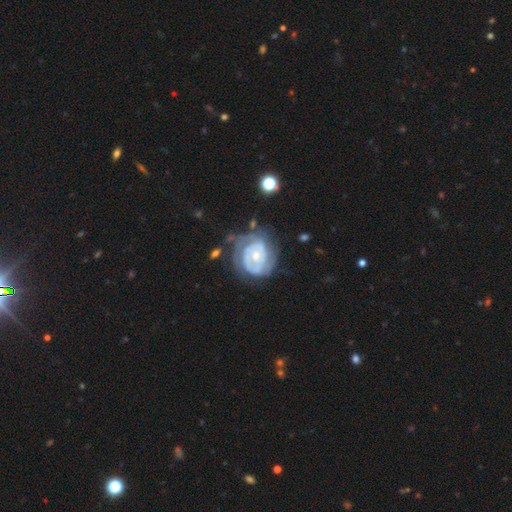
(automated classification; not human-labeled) Q: Smooth or featured?
A: featured or disk (82%); runner-up: smooth (12%)
Q: Edge-on disk?
A: no (98%); runner-up: yes (2%)
Q: Bar?
A: no (68%); runner-up: weak (26%)
Q: Spiral arms?
A: yes (89%); runner-up: no (11%)
Q: Spiral winding?
A: tight (68%); runner-up: medium (24%)
Q: Spiral arm count?
A: 2 (38%); runner-up: can't tell (34%)
Q: Bulge size?
A: small (55%); runner-up: moderate (40%)
Q: Merging?
A: none (53%); runner-up: minor disturbance (26%)